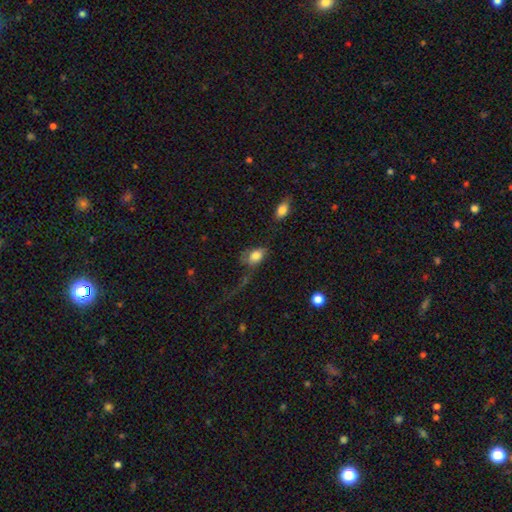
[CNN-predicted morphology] Overall: smooth (78%). How rounded: in between (85%). Merging: none (36%; major disturbance 34%).